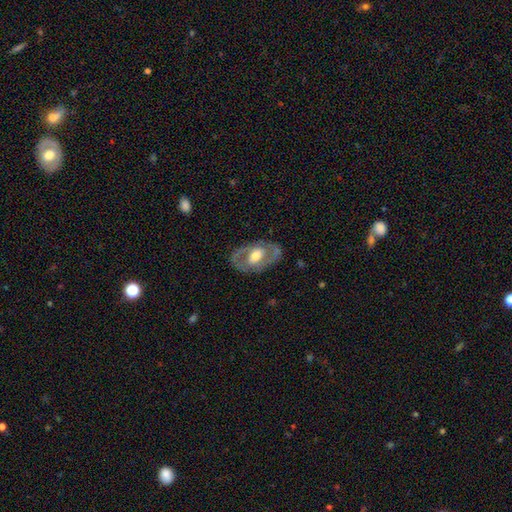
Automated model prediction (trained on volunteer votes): A featured or disk galaxy (71%) with no bar (46%), spiral arms (58%) and a moderate central bulge (61%). Merging: none (79%).